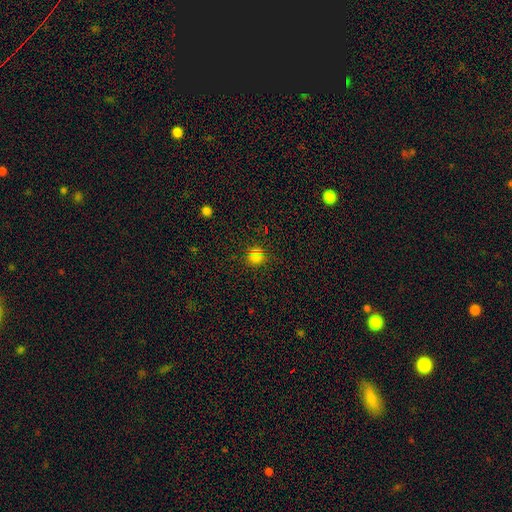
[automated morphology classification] type=smooth (77%); roundness=round (90%); merging=none (81%).